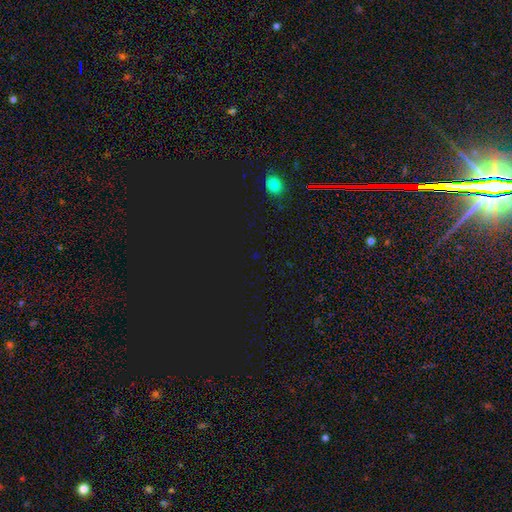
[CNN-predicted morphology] A star or artifact, not a galaxy (73%).

Vote fractions:
- Smooth or featured? star or artifact: 73% / smooth: 21% / featured or disk: 6%